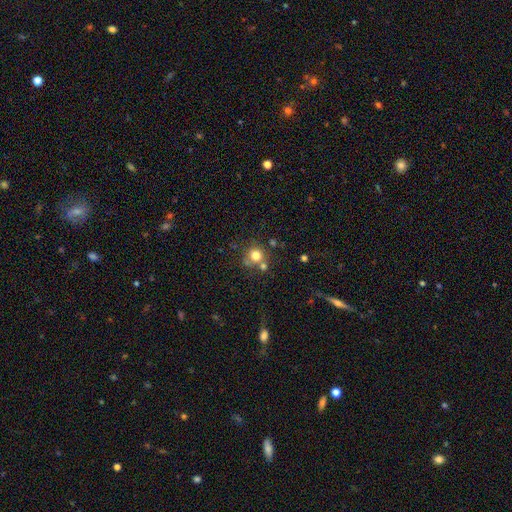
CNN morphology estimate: This appears to be a smooth galaxy with no disk features (76%) that is round (89%). Merging: none (59%).